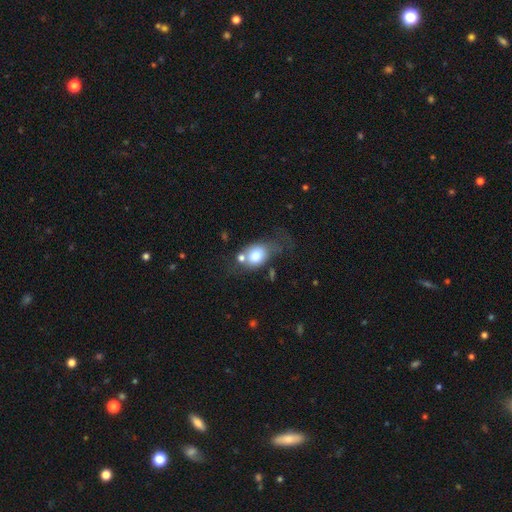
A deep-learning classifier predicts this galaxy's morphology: A smooth galaxy with no disk features (70%) that is in between round and cigar-shaped (64%). Merging: none (38%).